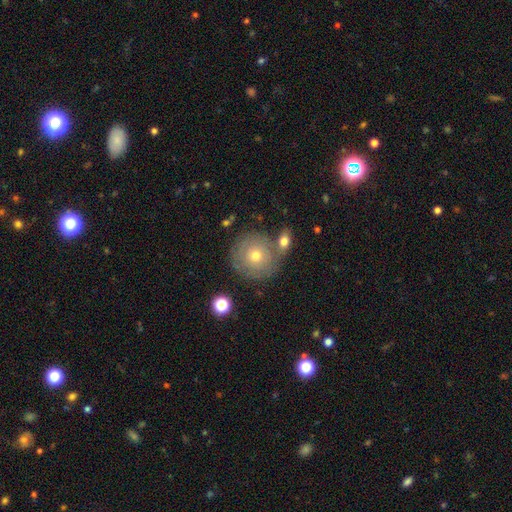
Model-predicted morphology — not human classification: A smooth galaxy with no disk features (56%) that is round (94%). Merging: none (72%).